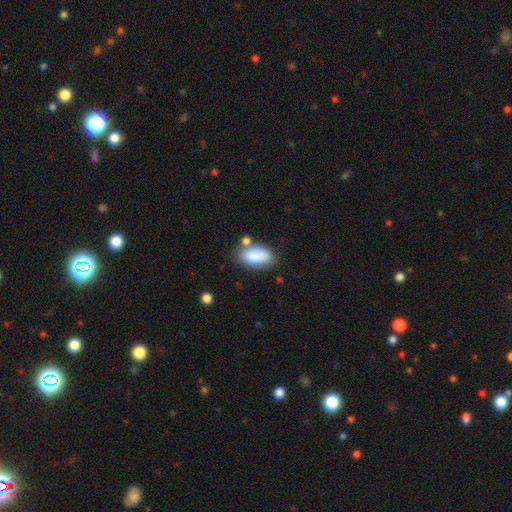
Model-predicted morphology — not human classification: This is clearly a smooth galaxy (85%). How rounded: clearly in between (93%). Merging: likely none (62%).